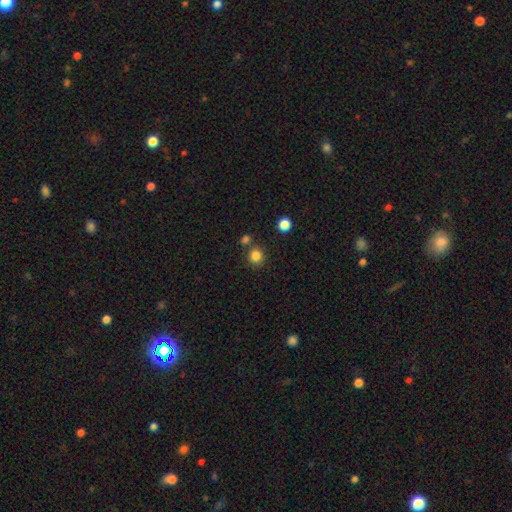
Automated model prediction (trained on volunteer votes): A smooth galaxy with no disk features (83%) that is round (87%).

Vote fractions:
- Smooth or featured? smooth: 83% / star or artifact: 12% / featured or disk: 4%
- How rounded? round: 87% / in between: 13% / cigar-shaped: 1%
- Merging? none: 76% / merger: 12% / minor disturbance: 9% / major disturbance: 3%